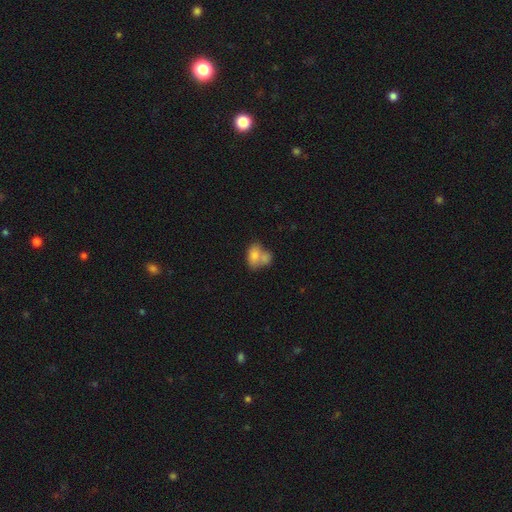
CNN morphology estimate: A smooth galaxy with no disk features (77%) that is in between round and cigar-shaped (77%).

Vote fractions:
- Smooth or featured? smooth: 77% / featured or disk: 14% / star or artifact: 8%
- How rounded? in between: 77% / round: 22% / cigar-shaped: 2%
- Merging? merger: 60% / none: 25% / minor disturbance: 10% / major disturbance: 5%